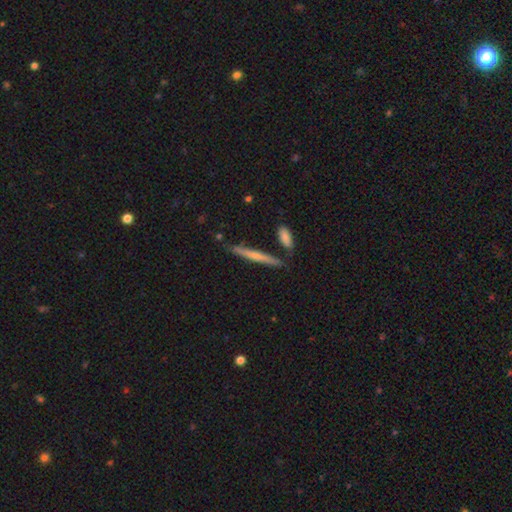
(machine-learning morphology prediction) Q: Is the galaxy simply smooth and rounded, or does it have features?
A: smooth — 52%.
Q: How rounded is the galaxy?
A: cigar-shaped — 94%.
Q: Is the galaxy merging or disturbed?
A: none — 80%.